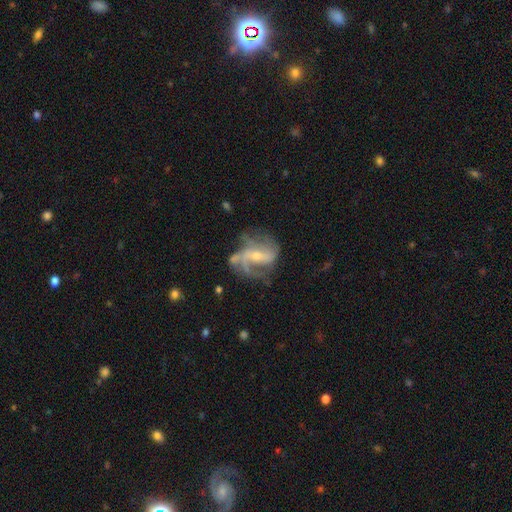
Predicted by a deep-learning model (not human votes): Smooth or featured: featured or disk — 85% (smooth — 8%)
Edge-on disk: no — 97% (yes — 3%)
Bar: weak — 44% (strong — 30%)
Spiral arms: yes — 93% (no — 7%)
Spiral winding: medium — 43% (loose — 41%)
Spiral arm count: 2 — 41% (3 — 25%)
Bulge size: small — 55% (moderate — 37%)
Merging: none — 53% (major disturbance — 23%)